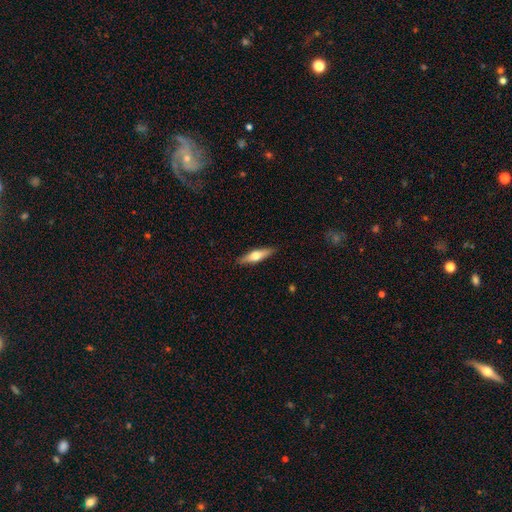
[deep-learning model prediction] Morphology: type=smooth (49%); merging=none (90%).